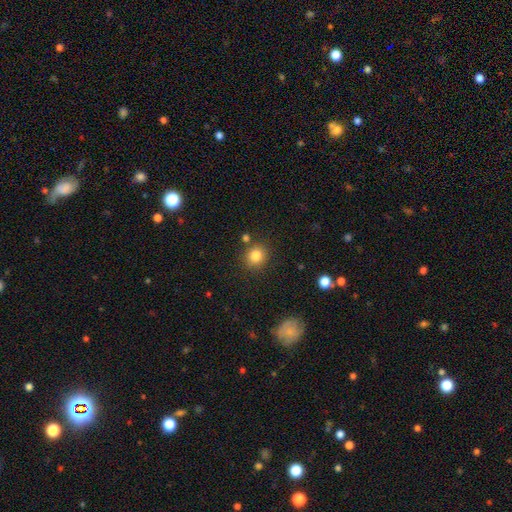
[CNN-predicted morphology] Smooth or featured? Predicted: smooth (p=0.83). How rounded? Predicted: round (p=0.83). Merging? Predicted: none (p=0.82).